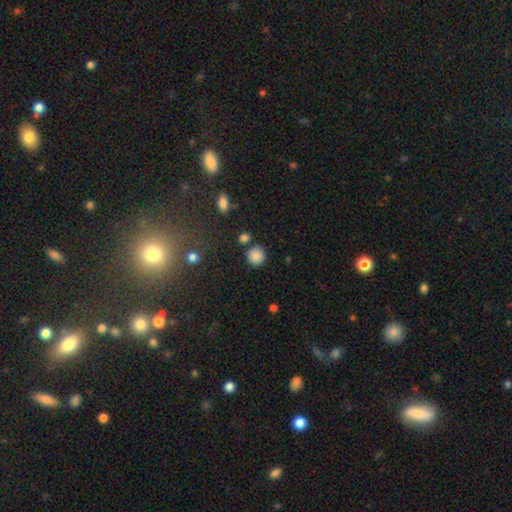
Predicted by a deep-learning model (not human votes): smooth 85%, star or artifact 10%, featured or disk 5%. Down the decision tree: how rounded — round (91%); merging — none (81%).